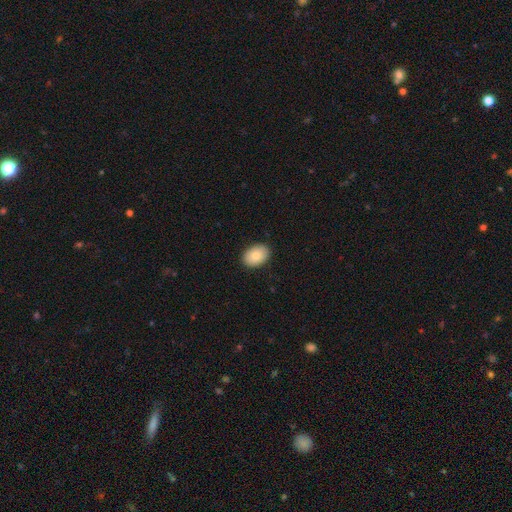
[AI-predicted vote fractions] A smooth galaxy with no disk features (85%) that is in between round and cigar-shaped (83%).

Vote fractions:
- Smooth or featured? smooth: 85% / featured or disk: 8% / star or artifact: 7%
- How rounded? in between: 83% / round: 16% / cigar-shaped: 1%
- Merging? none: 90% / minor disturbance: 8% / major disturbance: 2% / merger: 1%